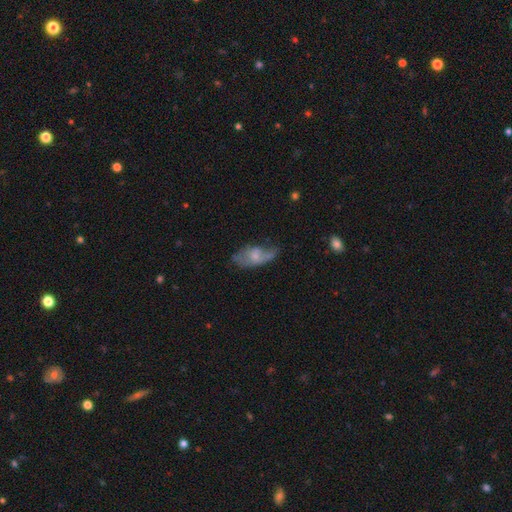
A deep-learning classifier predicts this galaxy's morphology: Smooth or featured: featured or disk — 47% (smooth — 45%)
Merging: none — 39% (minor disturbance — 32%)